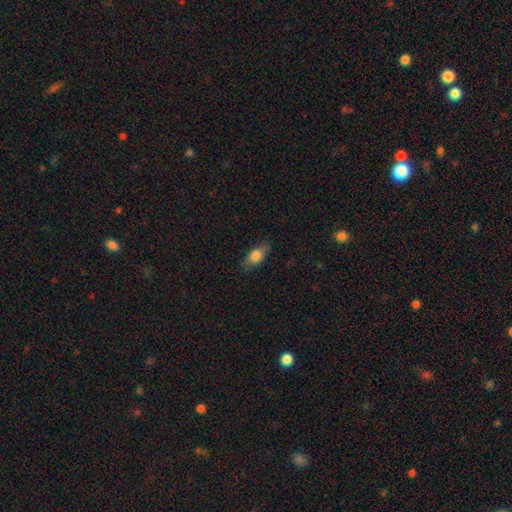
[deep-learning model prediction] Smooth or featured?
  - smooth: 77% *
  - featured or disk: 15%
  - star or artifact: 7%
How rounded?
  - in between: 82% *
  - cigar-shaped: 12%
  - round: 5%
Merging?
  - none: 80% *
  - minor disturbance: 15%
  - major disturbance: 4%
  - merger: 1%